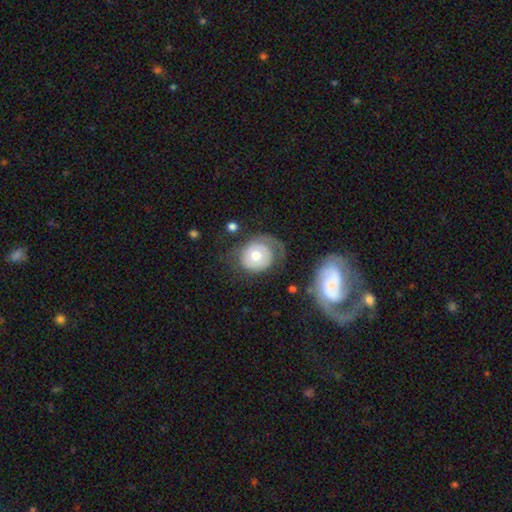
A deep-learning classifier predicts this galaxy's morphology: This appears to be a featured or disk galaxy (48%). Merging: none (45%).